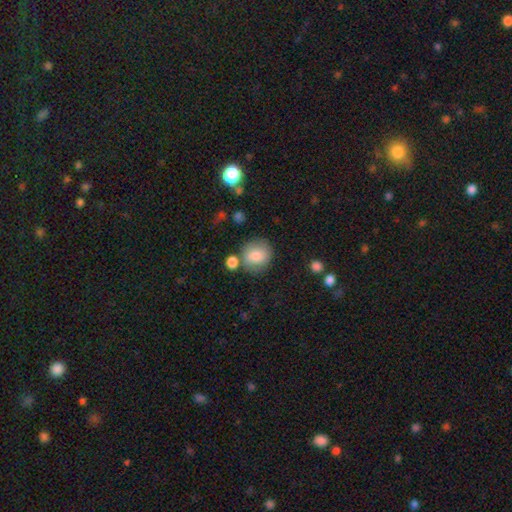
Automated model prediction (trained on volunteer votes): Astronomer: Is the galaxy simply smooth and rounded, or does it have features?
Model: smooth — 82%.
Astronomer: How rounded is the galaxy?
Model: round — 81%.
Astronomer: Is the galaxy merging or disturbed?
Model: none — 68%.